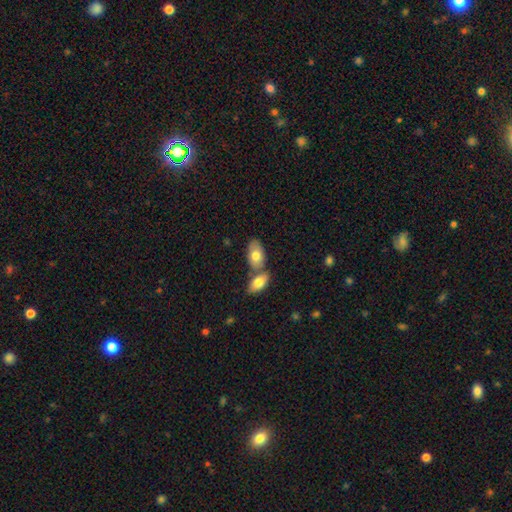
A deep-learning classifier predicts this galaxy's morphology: Overall: smooth (77%). How rounded: in between (93%). Merging: none (46%; merger 42%).